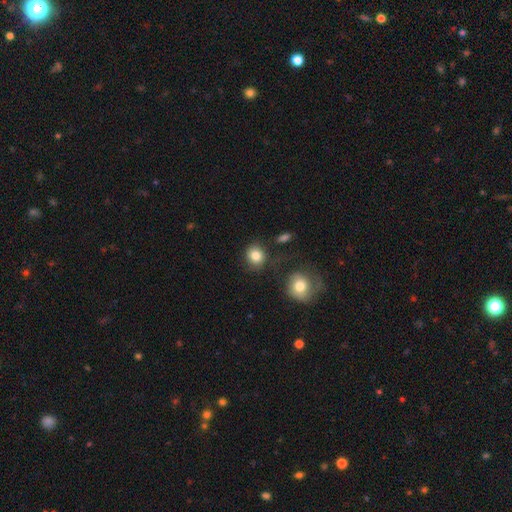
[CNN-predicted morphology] The model was most divided on "merging": none: 72%, minor disturbance: 14%, merger: 8%, major disturbance: 6%. More confident: smooth or featured — smooth (84%); how rounded — round (81%).